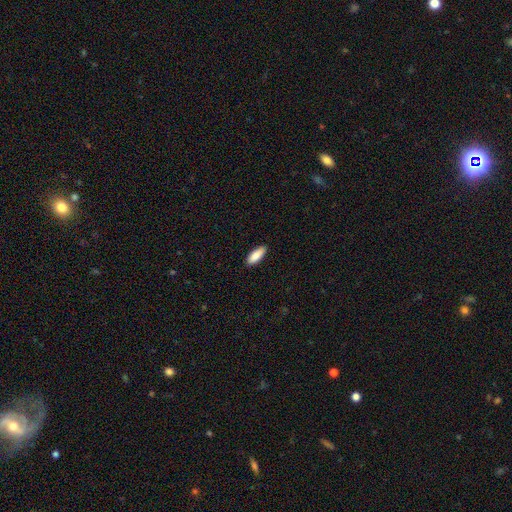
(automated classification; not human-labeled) Smooth or featured? Predicted: smooth (p=0.86). How rounded? Predicted: in between (p=0.70). Merging? Predicted: none (p=0.87).